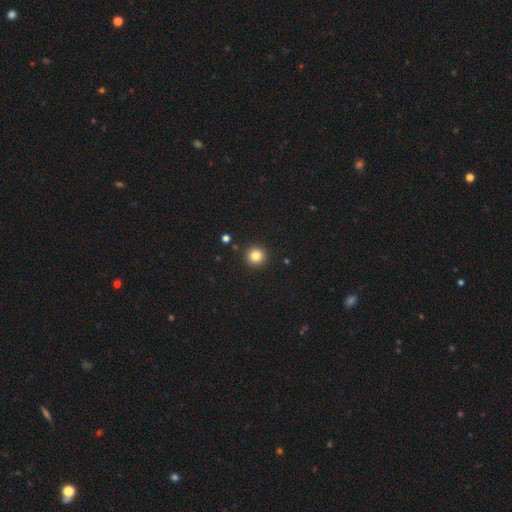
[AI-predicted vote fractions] The model was most divided on "smooth or featured": smooth: 84%, star or artifact: 11%, featured or disk: 5%. More confident: how rounded — round (94%); merging — none (92%).